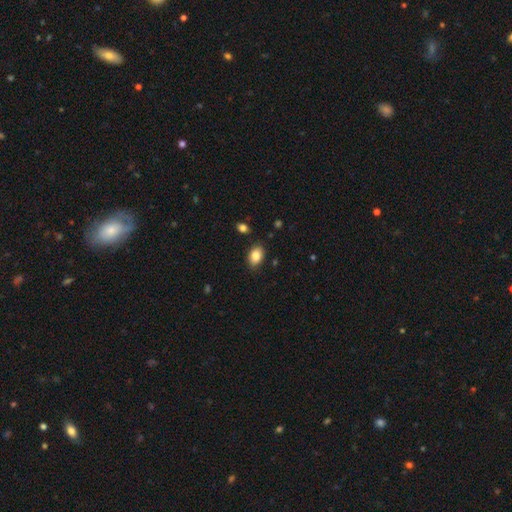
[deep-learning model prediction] Smooth or featured? Predicted: smooth (p=0.86). How rounded? Predicted: in between (p=0.85). Merging? Predicted: none (p=0.84).